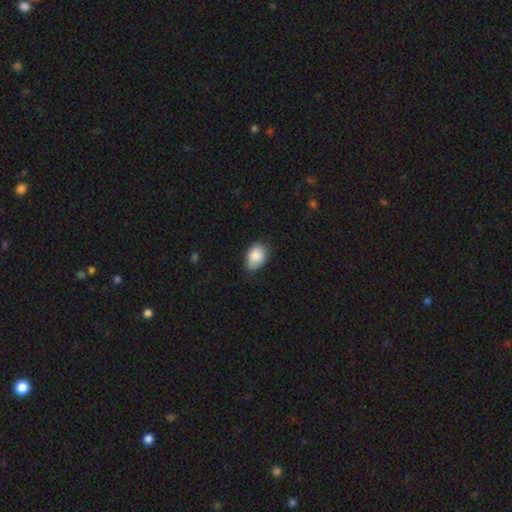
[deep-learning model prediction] Smooth or featured: smooth — 86% (star or artifact — 7%)
How rounded: in between — 80% (round — 18%)
Merging: none — 67% (minor disturbance — 28%)